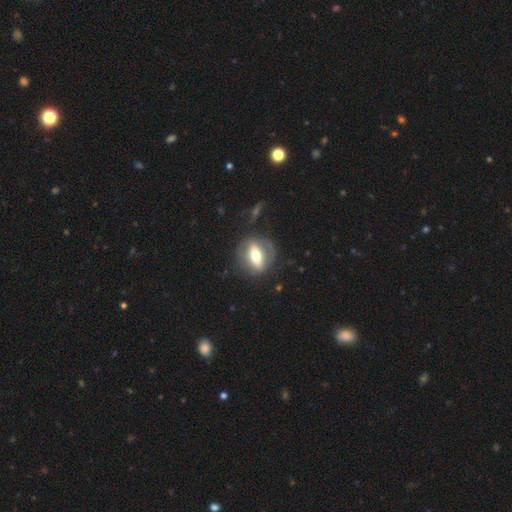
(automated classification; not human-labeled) featured or disk 59%, smooth 34%, star or artifact 7%. Down the decision tree: edge-on disk — no (72%); merging — none (72%).